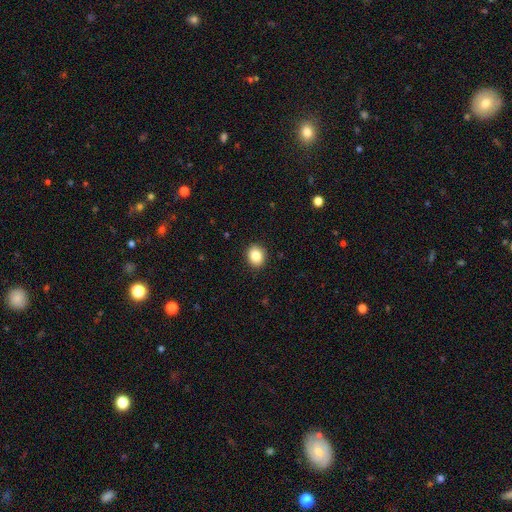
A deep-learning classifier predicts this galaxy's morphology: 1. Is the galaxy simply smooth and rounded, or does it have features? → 85% smooth, 9% star or artifact, 5% featured or disk.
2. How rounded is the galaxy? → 67% round, 32% in between, 1% cigar-shaped.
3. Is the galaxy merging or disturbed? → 91% none, 6% minor disturbance, 2% major disturbance, 1% merger.